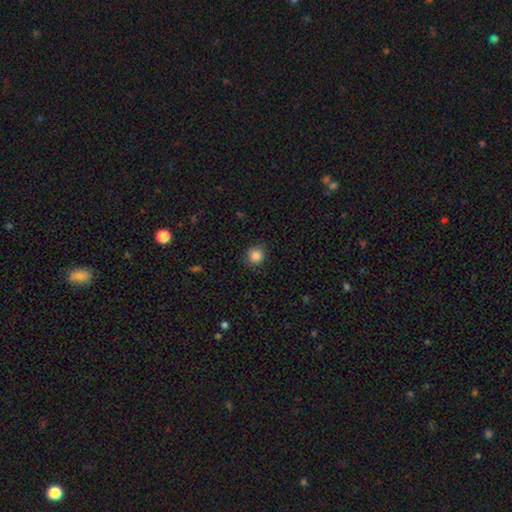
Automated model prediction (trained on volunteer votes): smooth-or-featured: smooth: 86% | star or artifact: 10% | featured or disk: 4%
  how-rounded: round: 90% | in between: 9% | cigar-shaped: 1%
  merging: none: 86% | minor disturbance: 10% | major disturbance: 3% | merger: 1%